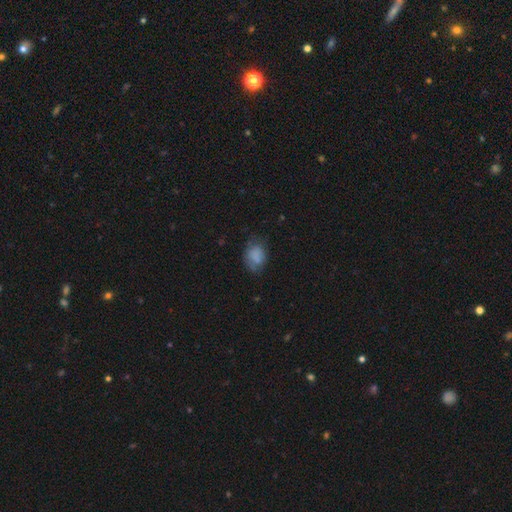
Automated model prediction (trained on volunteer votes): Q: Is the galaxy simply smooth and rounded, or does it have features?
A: smooth — 74%.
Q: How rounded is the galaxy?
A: in between — 61%.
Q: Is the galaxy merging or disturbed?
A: none — 54%.